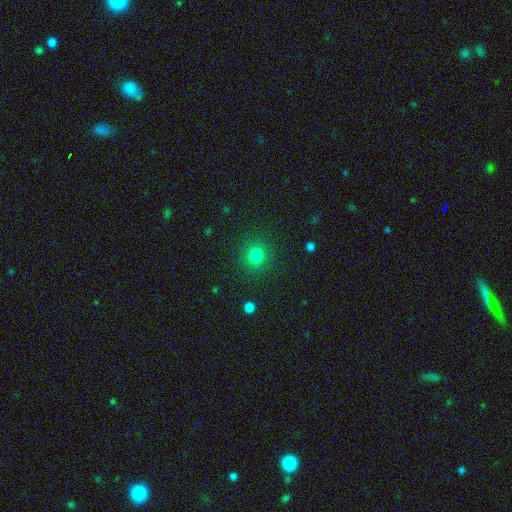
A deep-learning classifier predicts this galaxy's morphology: A smooth galaxy with no disk features (81%) that is round (91%).

Vote fractions:
- Smooth or featured? smooth: 81% / star or artifact: 14% / featured or disk: 5%
- How rounded? round: 91% / in between: 8% / cigar-shaped: 1%
- Merging? none: 89% / minor disturbance: 7% / major disturbance: 3% / merger: 1%